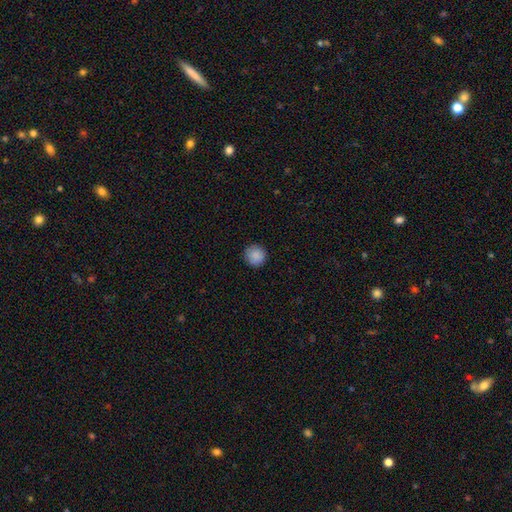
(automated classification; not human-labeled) Smooth or featured?
  - smooth: 89% *
  - star or artifact: 8%
  - featured or disk: 3%
How rounded?
  - round: 95% *
  - in between: 5%
  - cigar-shaped: 1%
Merging?
  - none: 90% *
  - minor disturbance: 7%
  - major disturbance: 2%
  - merger: 1%